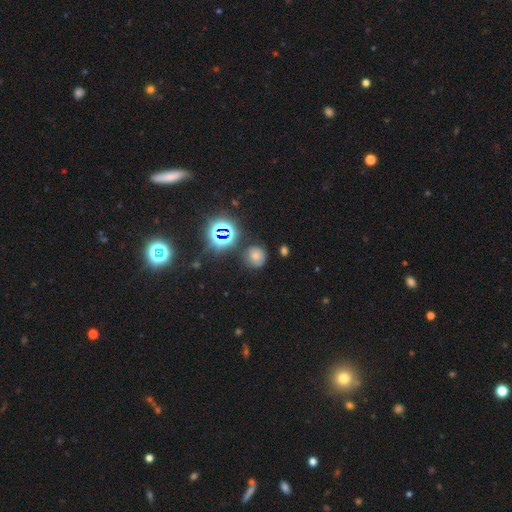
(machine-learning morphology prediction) Smooth or featured?
  - smooth: 60% *
  - star or artifact: 26%
  - featured or disk: 13%
How rounded?
  - round: 90% *
  - in between: 9%
  - cigar-shaped: 1%
Merging?
  - none: 78% *
  - minor disturbance: 13%
  - major disturbance: 4%
  - merger: 4%